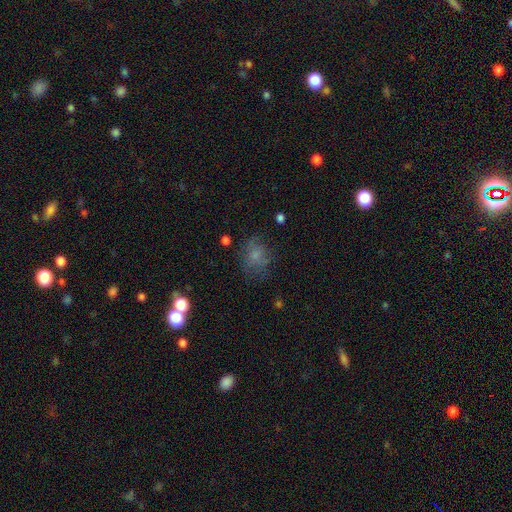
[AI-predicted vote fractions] smooth_or_featured: smooth (p=0.60) [alt: featured or disk p=0.24]
how_rounded: round (p=0.57) [alt: in between p=0.42]
merging: none (p=0.57) [alt: minor disturbance p=0.22]